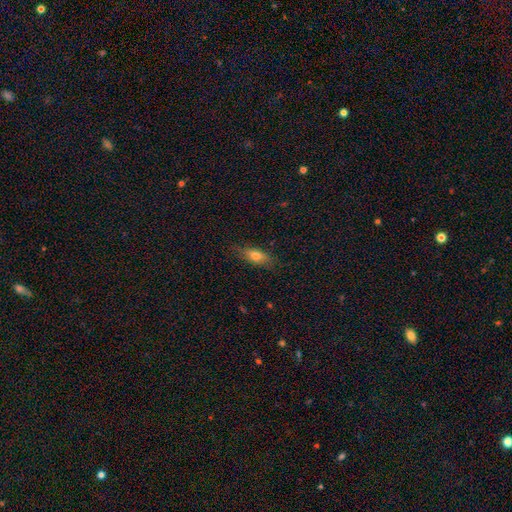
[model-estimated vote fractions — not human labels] Smooth or featured?
  - smooth: 70% *
  - featured or disk: 22%
  - star or artifact: 8%
How rounded?
  - in between: 65% *
  - cigar-shaped: 31%
  - round: 4%
Merging?
  - none: 80% *
  - minor disturbance: 15%
  - major disturbance: 3%
  - merger: 1%